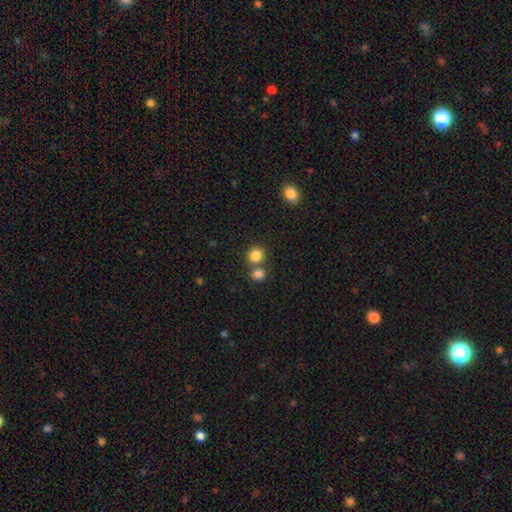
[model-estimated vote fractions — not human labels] Q: Smooth or featured?
A: smooth (84%); runner-up: star or artifact (11%)
Q: How rounded?
A: round (86%); runner-up: in between (13%)
Q: Merging?
A: none (62%); runner-up: merger (28%)